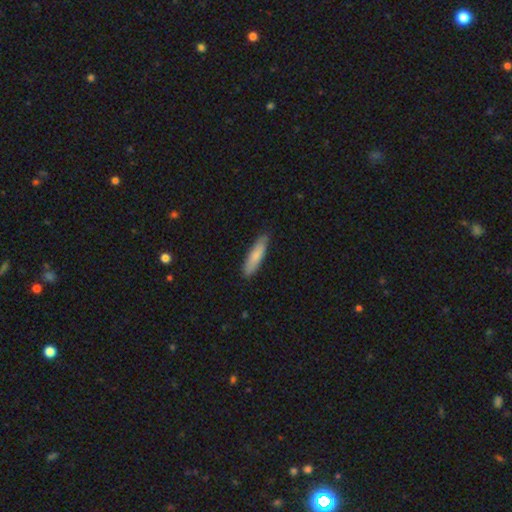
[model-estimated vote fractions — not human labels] Smooth or featured? Predicted: smooth (p=0.80). How rounded? Predicted: cigar-shaped (p=0.74). Merging? Predicted: none (p=0.84).